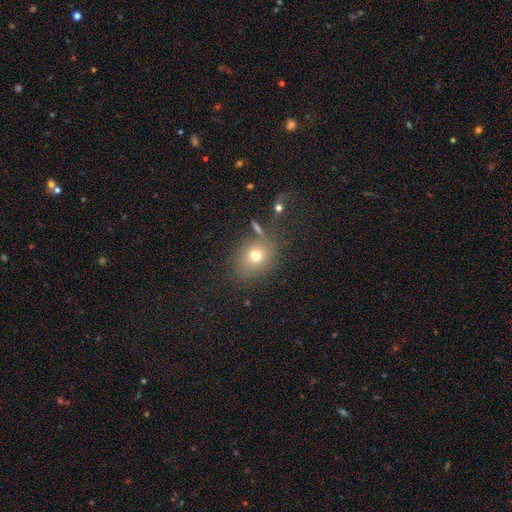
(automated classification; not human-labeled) Q: Smooth or featured?
A: smooth (71%); runner-up: star or artifact (16%)
Q: How rounded?
A: round (61%); runner-up: in between (37%)
Q: Merging?
A: none (73%); runner-up: minor disturbance (13%)